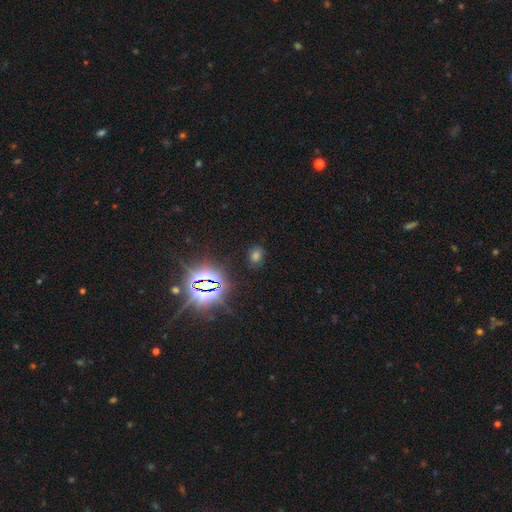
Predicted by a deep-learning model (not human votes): This is possibly a smooth galaxy (49%). Merging: clearly none (84%).